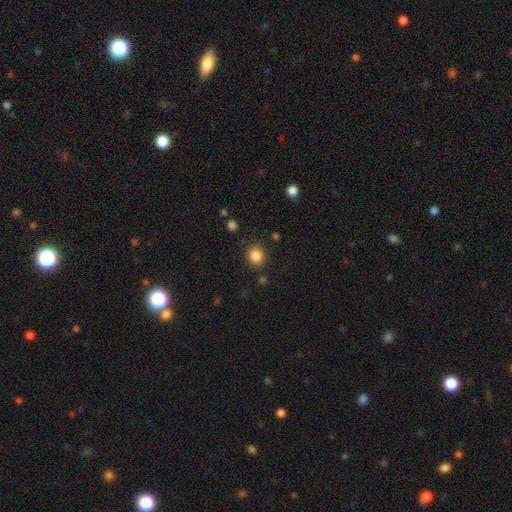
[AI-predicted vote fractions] Smooth or featured?
  - smooth: 86% *
  - star or artifact: 10%
  - featured or disk: 4%
How rounded?
  - round: 82% *
  - in between: 17%
  - cigar-shaped: 1%
Merging?
  - none: 86% *
  - minor disturbance: 9%
  - major disturbance: 3%
  - merger: 3%